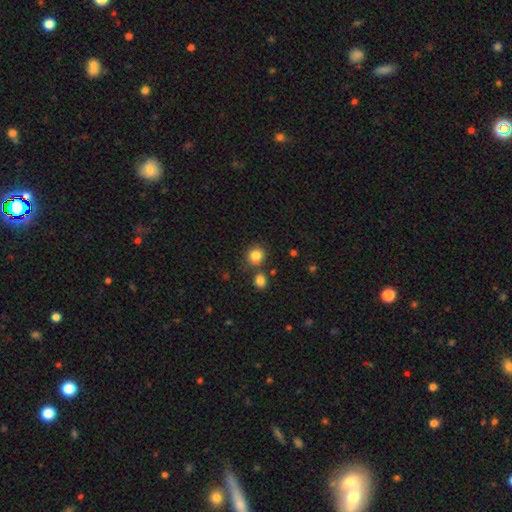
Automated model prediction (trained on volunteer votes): Morphology: type=smooth (84%); roundness=round (81%); merging=none (71%).